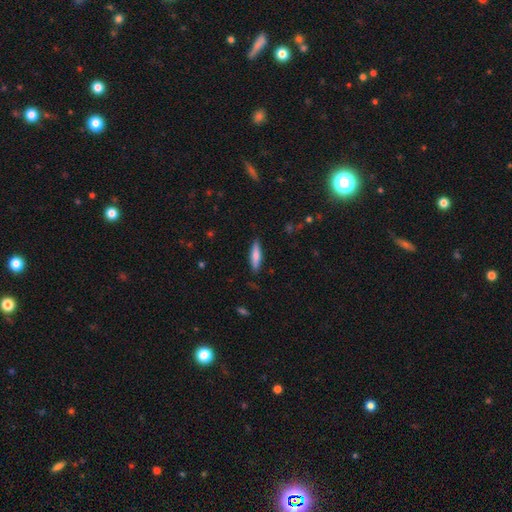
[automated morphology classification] This appears to be a smooth galaxy with no disk features (69%) that is cigar-shaped (76%). Merging: none (87%).